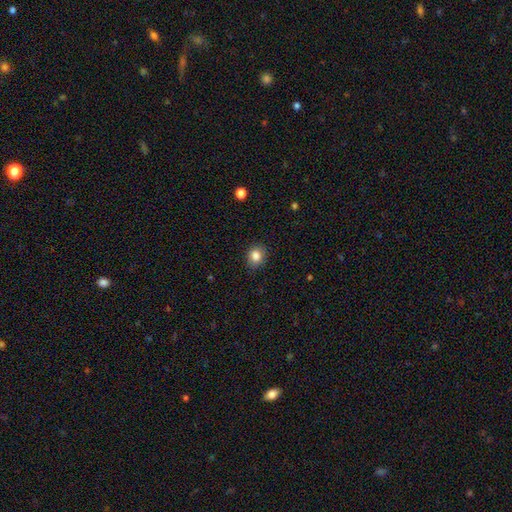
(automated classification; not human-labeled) Morphology: type=smooth (84%); roundness=round (64%); merging=none (87%).